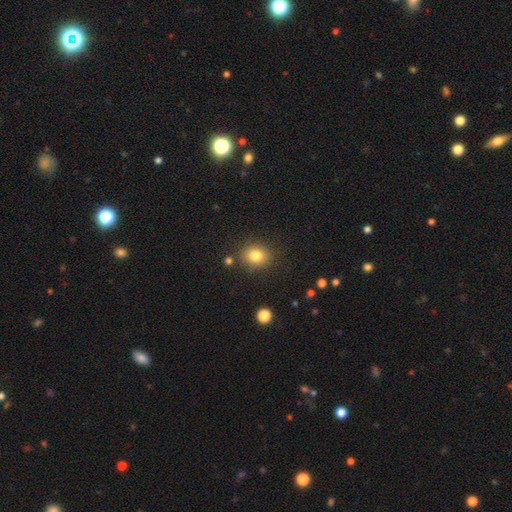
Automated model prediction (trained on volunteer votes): smooth_or_featured: smooth (p=0.82) [alt: star or artifact p=0.11]
how_rounded: round (p=0.65) [alt: in between p=0.34]
merging: none (p=0.84) [alt: minor disturbance p=0.10]